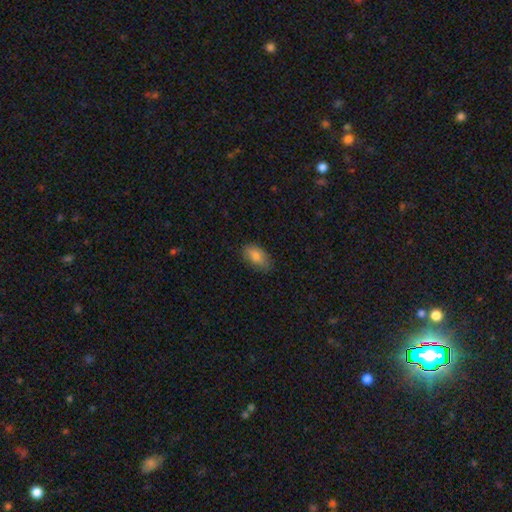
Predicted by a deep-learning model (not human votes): A smooth galaxy with no disk features (82%) that is in between round and cigar-shaped (91%). Merging: none (76%).